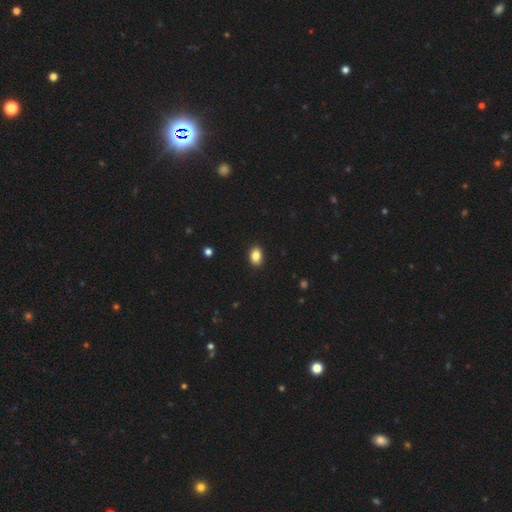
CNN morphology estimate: This is clearly a smooth galaxy (86%). How rounded: likely in between (76%). Merging: clearly none (90%).